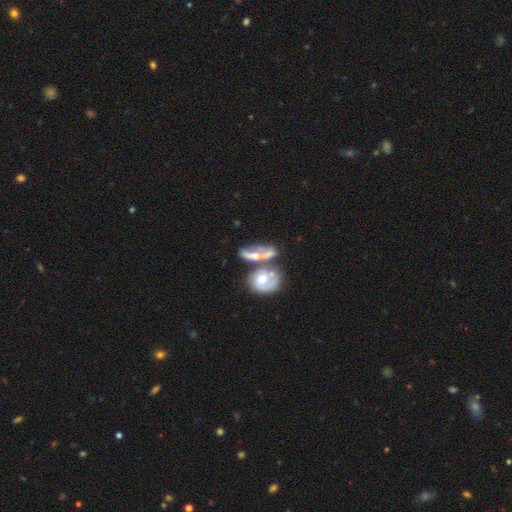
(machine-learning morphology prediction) A featured or disk galaxy (54%).

Vote fractions:
- Smooth or featured? featured or disk: 54% / smooth: 37% / star or artifact: 9%
- Edge-on disk? no: 83% / yes: 17%
- Merging? merger: 55% / none: 25% / minor disturbance: 11% / major disturbance: 9%